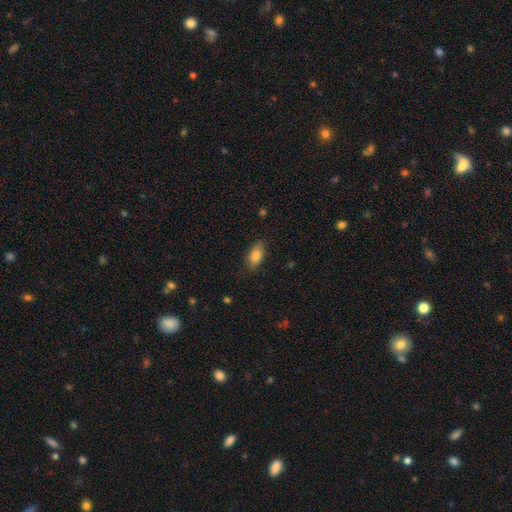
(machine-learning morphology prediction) A smooth galaxy with no disk features (82%) that is in between round and cigar-shaped (88%).

Vote fractions:
- Smooth or featured? smooth: 82% / featured or disk: 11% / star or artifact: 8%
- How rounded? in between: 88% / cigar-shaped: 7% / round: 5%
- Merging? none: 83% / minor disturbance: 13% / major disturbance: 3% / merger: 1%